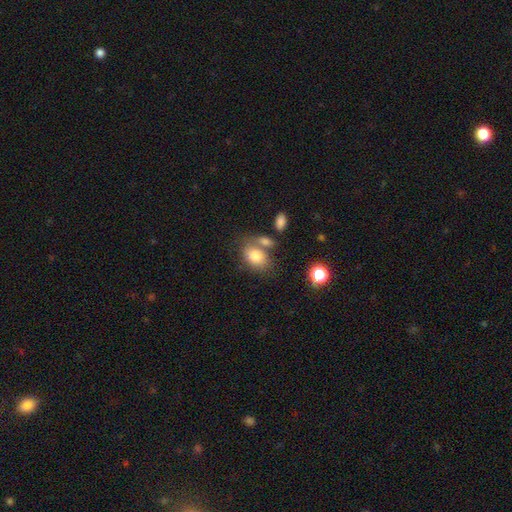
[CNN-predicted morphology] A smooth galaxy with no disk features (79%) that is in between round and cigar-shaped (74%). Merging: none (52%).